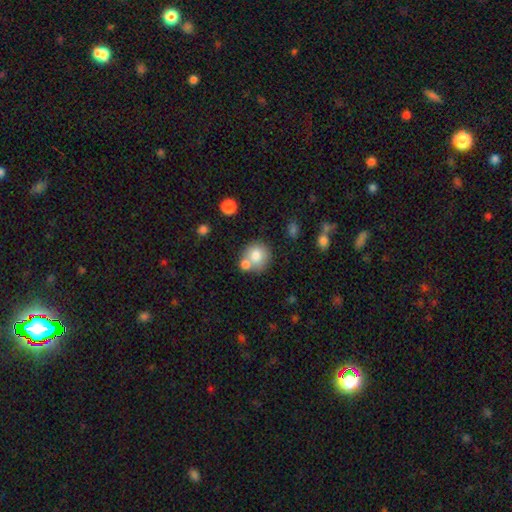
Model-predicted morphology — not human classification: This appears to be a smooth galaxy with no disk features (77%) that is round (86%). Merging: none (51%).